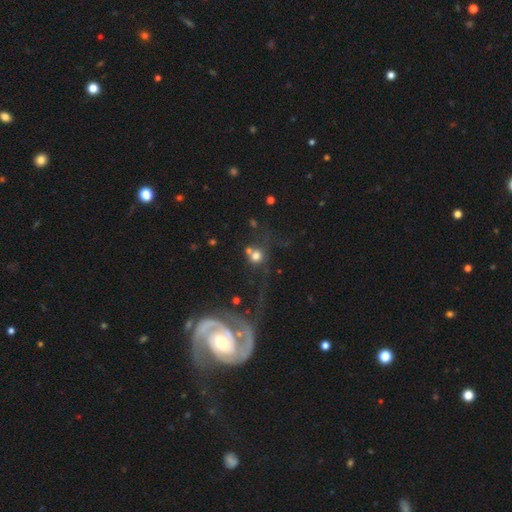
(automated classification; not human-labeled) Smooth or featured? Predicted: smooth (p=0.66). How rounded? Predicted: round (p=0.88). Merging? Predicted: none (p=0.39).